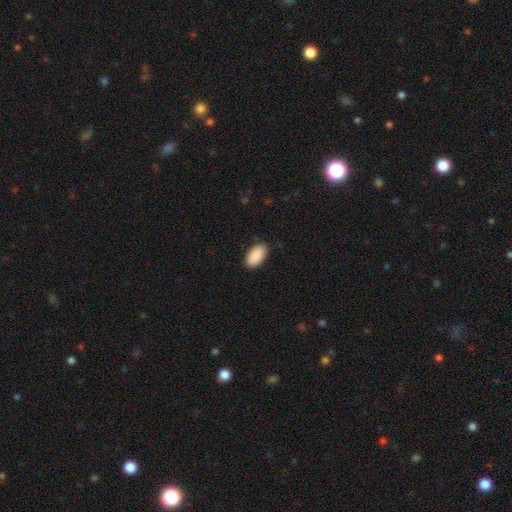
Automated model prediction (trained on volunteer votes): Smooth or featured: smooth — 91% (star or artifact — 6%)
How rounded: in between — 96% (round — 2%)
Merging: none — 87% (minor disturbance — 10%)